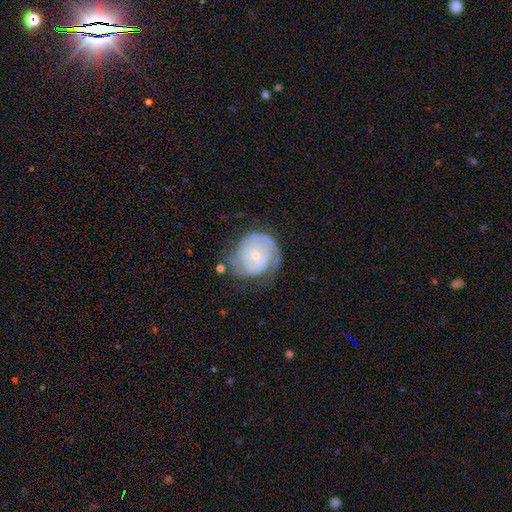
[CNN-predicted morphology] This appears to be a featured or disk galaxy (70%) with no bar (67%), tight (61%) spiral arms (75%) and a small central bulge (71%). Merging: none (50%).